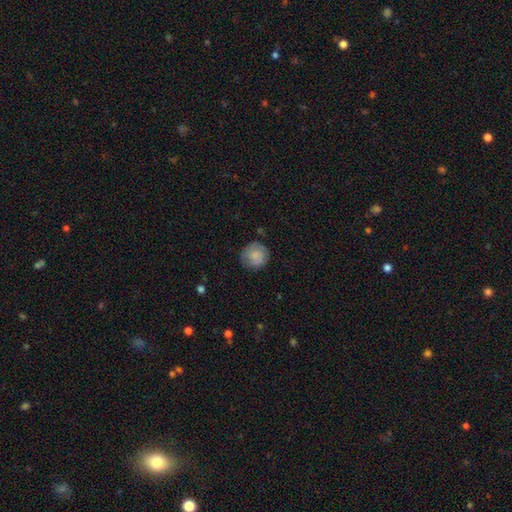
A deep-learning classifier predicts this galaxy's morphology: Smooth or featured?
  - smooth: 74% *
  - featured or disk: 19%
  - star or artifact: 7%
How rounded?
  - round: 90% *
  - in between: 9%
  - cigar-shaped: 1%
Merging?
  - none: 76% *
  - minor disturbance: 17%
  - major disturbance: 5%
  - merger: 2%